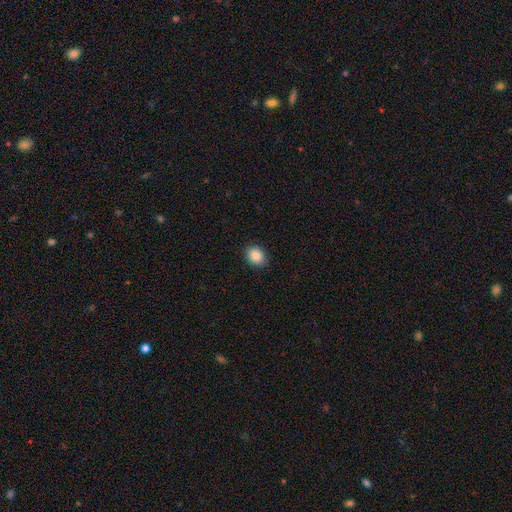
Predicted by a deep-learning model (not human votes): Smooth or featured?
  - smooth: 88% *
  - star or artifact: 8%
  - featured or disk: 4%
How rounded?
  - round: 52% *
  - in between: 47%
  - cigar-shaped: 1%
Merging?
  - none: 90% *
  - minor disturbance: 8%
  - major disturbance: 2%
  - merger: 1%